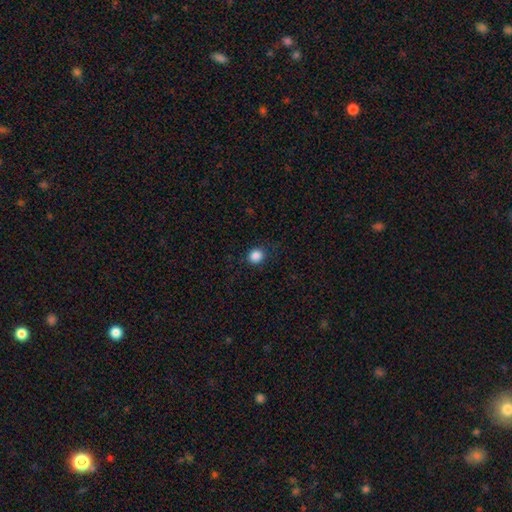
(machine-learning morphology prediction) Smooth or featured? smooth (86%)
How rounded? round (82%)
Merging? none (88%)